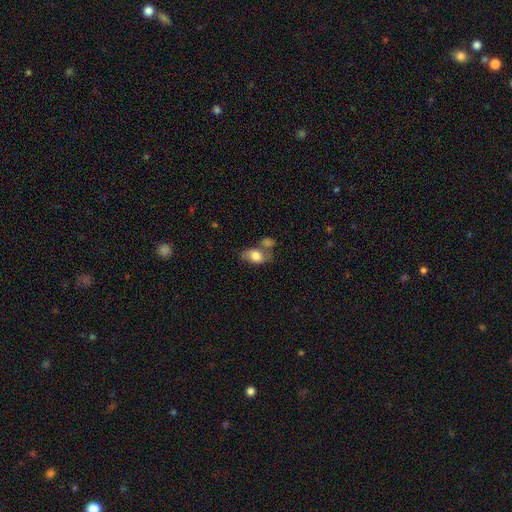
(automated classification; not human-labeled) Smooth or featured? Predicted: smooth (p=0.75). How rounded? Predicted: in between (p=0.84). Merging? Predicted: none (p=0.40).